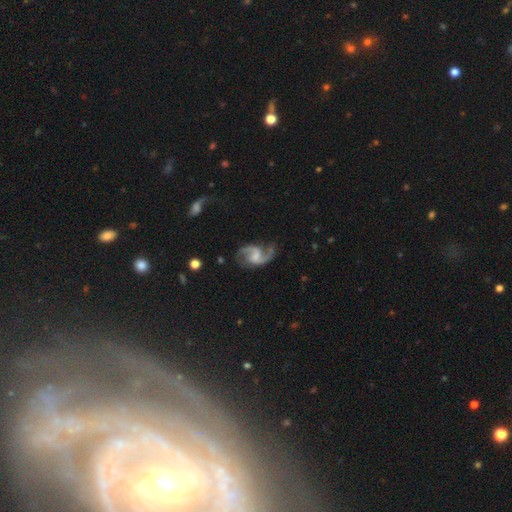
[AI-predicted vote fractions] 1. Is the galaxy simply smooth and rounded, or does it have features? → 89% featured or disk, 6% smooth, 5% star or artifact.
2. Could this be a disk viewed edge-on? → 98% no, 2% yes.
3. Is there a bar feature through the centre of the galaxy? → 54% weak, 29% no, 16% strong.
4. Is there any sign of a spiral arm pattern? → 97% yes, 3% no.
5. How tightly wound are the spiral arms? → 49% loose, 43% medium, 8% tight.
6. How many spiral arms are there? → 92% 2, 3% 1, 2% can't tell, 1% 3, 1% 4, 1% more than 4.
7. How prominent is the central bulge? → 45% none, 26% small, 22% moderate, 6% large, 1% dominant.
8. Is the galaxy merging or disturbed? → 68% none, 18% minor disturbance, 11% major disturbance, 3% merger.